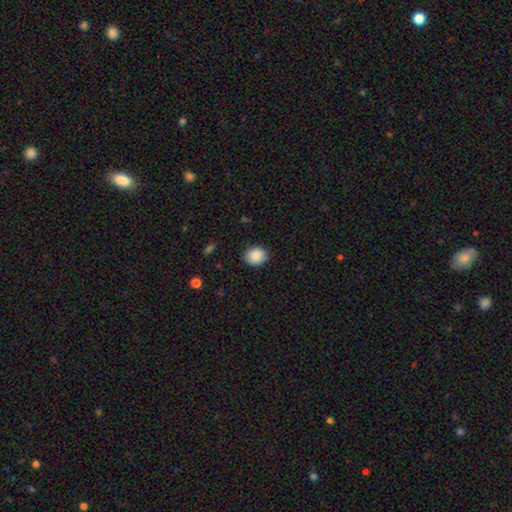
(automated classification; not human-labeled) Smooth or featured? Predicted: smooth (p=0.89). How rounded? Predicted: round (p=0.61). Merging? Predicted: none (p=0.89).